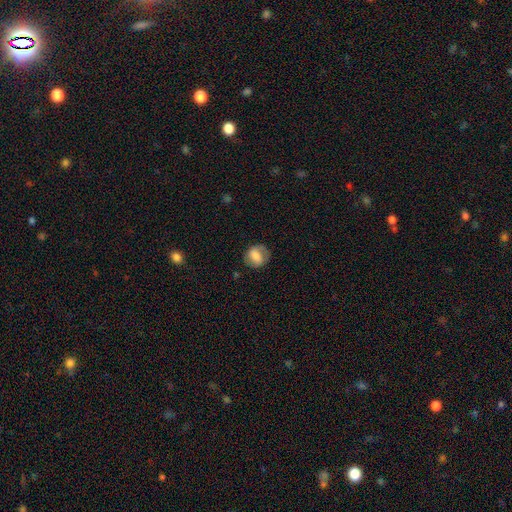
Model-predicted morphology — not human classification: A smooth galaxy with no disk features (63%) that is round (56%). Merging: none (70%).